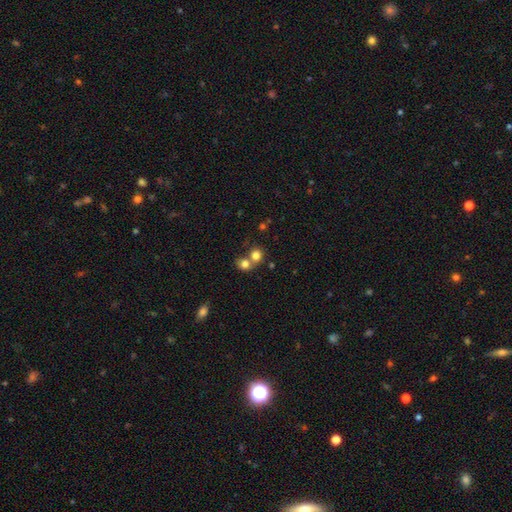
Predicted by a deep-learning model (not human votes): A smooth galaxy with no disk features (78%) that is round (80%). Merging: merger (52%).